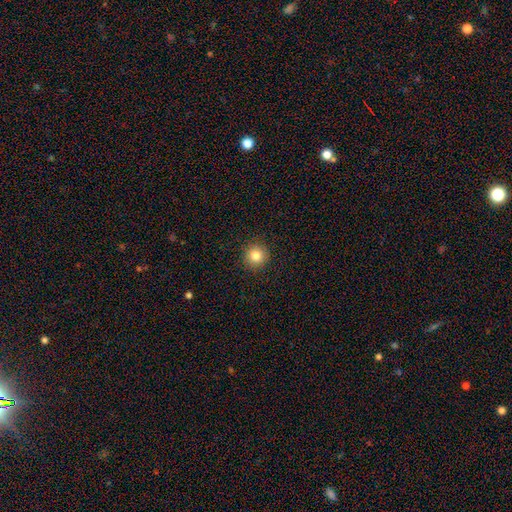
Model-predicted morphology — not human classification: The model was most divided on "smooth or featured": smooth: 83%, star or artifact: 11%, featured or disk: 6%. More confident: how rounded — round (95%); merging — none (92%).